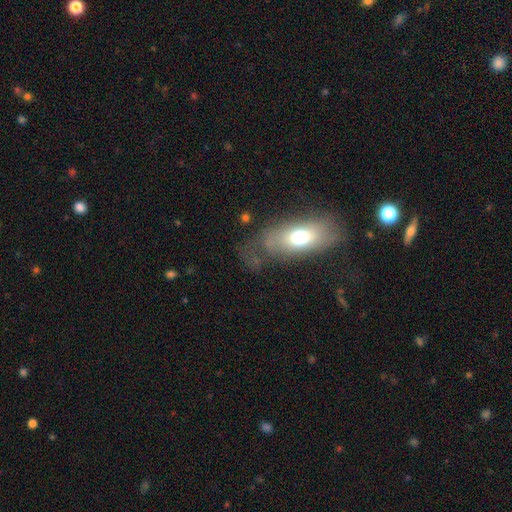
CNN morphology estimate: A smooth galaxy with no disk features (53%) that is in between round and cigar-shaped (78%).

Vote fractions:
- Smooth or featured? smooth: 53% / featured or disk: 37% / star or artifact: 11%
- How rounded? in between: 78% / cigar-shaped: 15% / round: 7%
- Merging? none: 50% / minor disturbance: 26% / major disturbance: 20% / merger: 4%